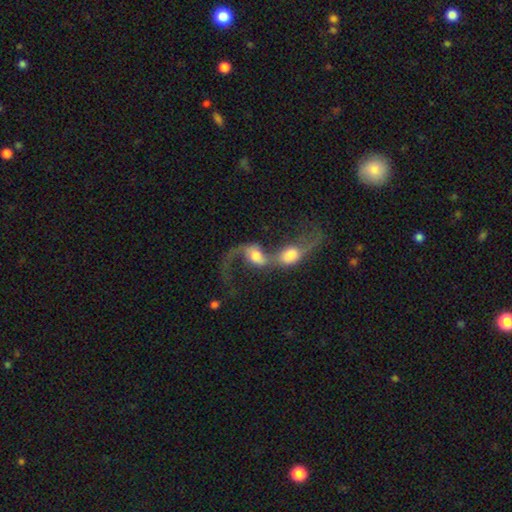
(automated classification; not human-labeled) Overall: featured or disk (62%; smooth 30%). Edge-on disk: no (94%). Bar: no (59%; weak 30%). Spiral arms: yes (79%). Bulge size: large (39%; moderate 35%). Merging: merger (82%).